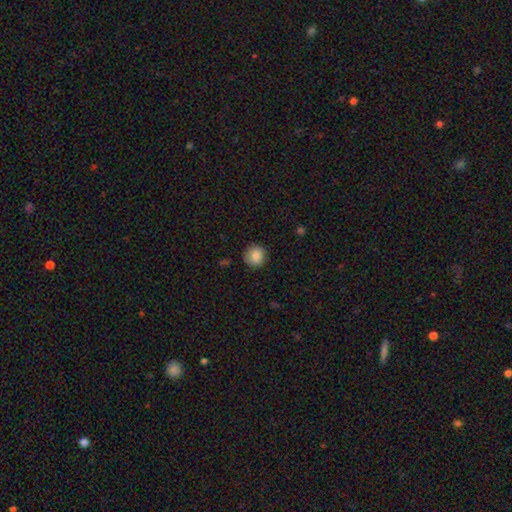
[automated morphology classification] Smooth or featured: smooth — 87% (star or artifact — 9%)
How rounded: round — 92% (in between — 7%)
Merging: none — 88% (minor disturbance — 9%)